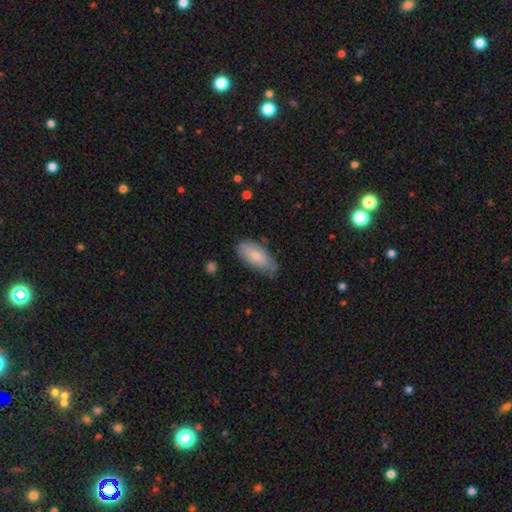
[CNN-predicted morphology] Smooth or featured? smooth (76%)
How rounded? in between (89%)
Merging? none (67%)